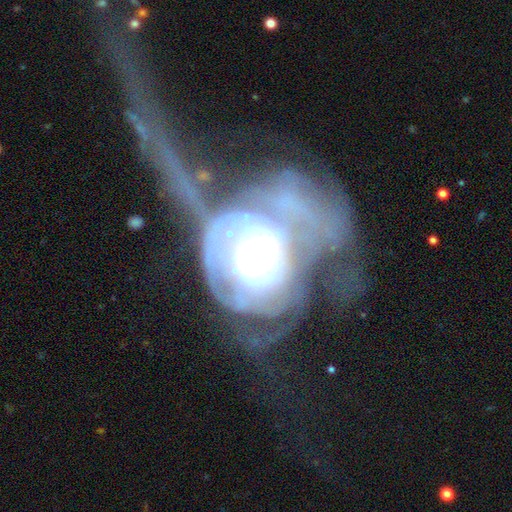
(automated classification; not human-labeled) Morphology: type=featured or disk (68%); edge-on=no (95%); bar=no (81%); spiral arms=no (60%); bulge=large (43%); merging=major disturbance (57%).